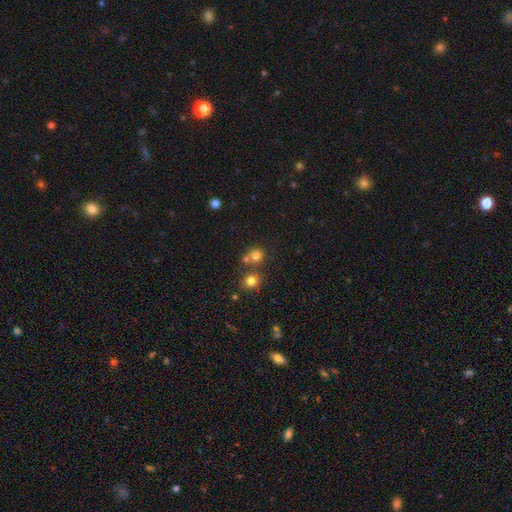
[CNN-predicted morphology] The model was most divided on "merging": none: 54%, merger: 35%, minor disturbance: 8%, major disturbance: 3%. More confident: how rounded — round (85%); smooth or featured — smooth (75%).